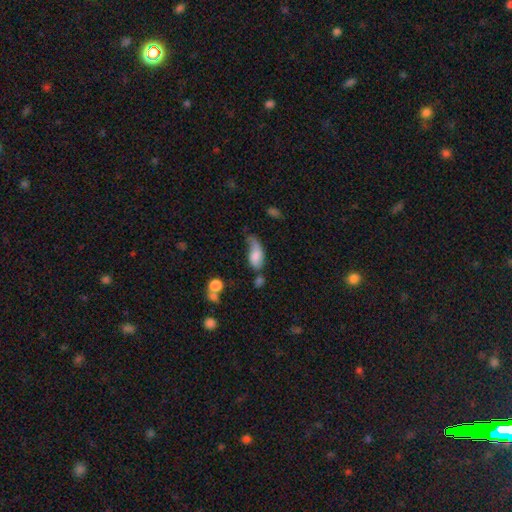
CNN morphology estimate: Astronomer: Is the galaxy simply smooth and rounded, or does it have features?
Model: smooth — 65%.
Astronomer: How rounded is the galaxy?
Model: in between — 85%.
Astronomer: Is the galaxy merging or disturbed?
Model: minor disturbance — 32% (runner-up: major disturbance, 31%).